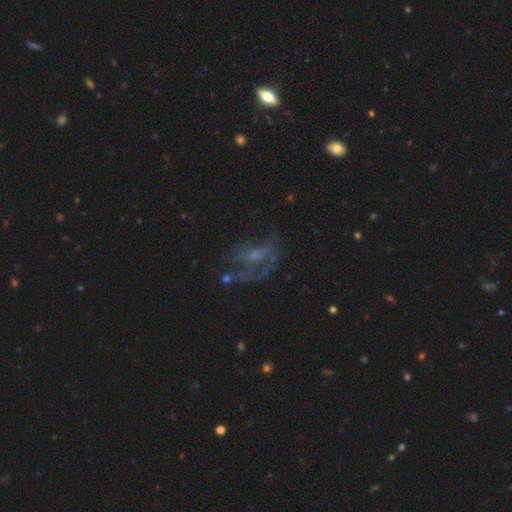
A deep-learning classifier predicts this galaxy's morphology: The model was most divided on "spiral arms" (2-way tie): no: 50%, yes: 50%. Remaining: edge-on disk — no (96%); bar — no (70%); smooth or featured — featured or disk (61%); bulge size — small (53%); merging — none (39%).